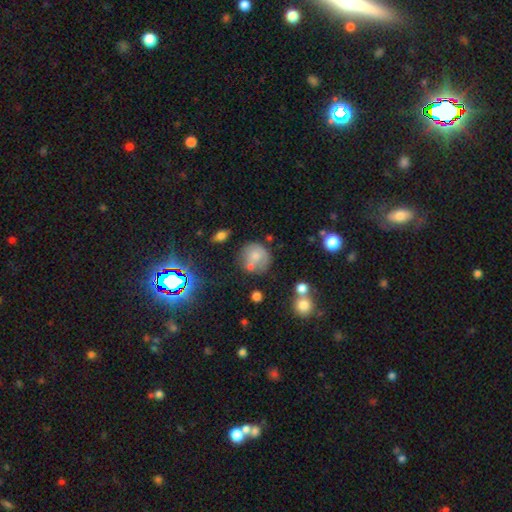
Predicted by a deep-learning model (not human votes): Overall: smooth (64%; featured or disk 24%). How rounded: round (84%). Merging: none (52%; minor disturbance 22%).